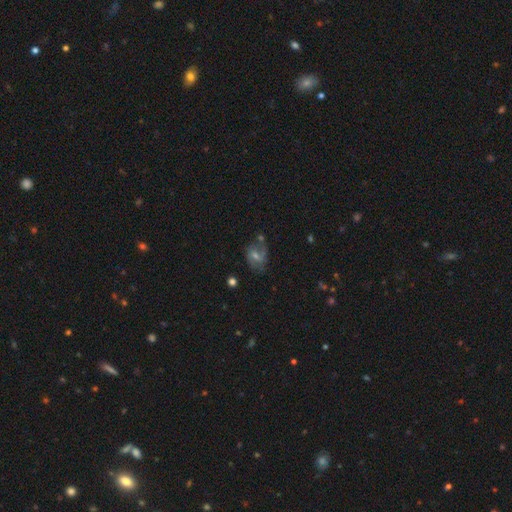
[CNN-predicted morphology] The model was most divided on "bulge size" (2-way tie): moderate: 45%, small: 45%, none: 5%, large: 3%, dominant: 1%. Remaining: edge-on disk — no (96%); spiral arms — yes (82%); merging — none (60%); smooth or featured — featured or disk (58%); bar — weak (45%).